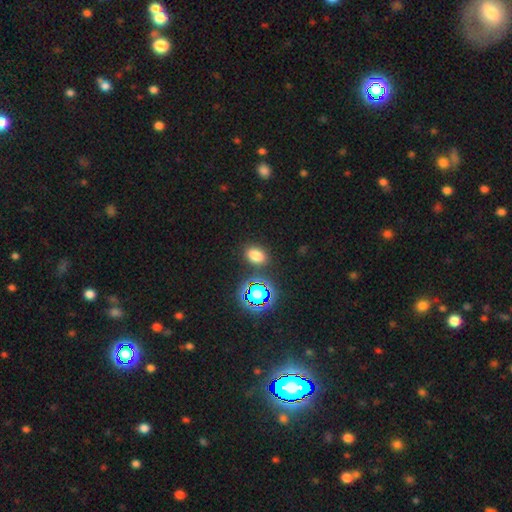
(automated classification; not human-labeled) This is likely a smooth galaxy (72%). How rounded: likely in between (78%). Merging: clearly none (84%).